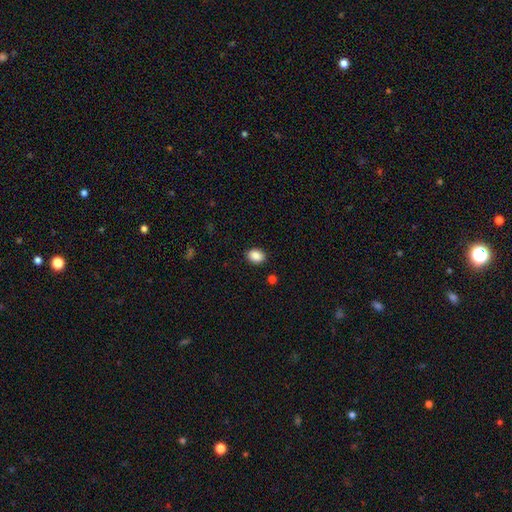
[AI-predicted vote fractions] smooth 89%, star or artifact 8%, featured or disk 3%. Down the decision tree: how rounded — in between (66%); merging — none (89%).